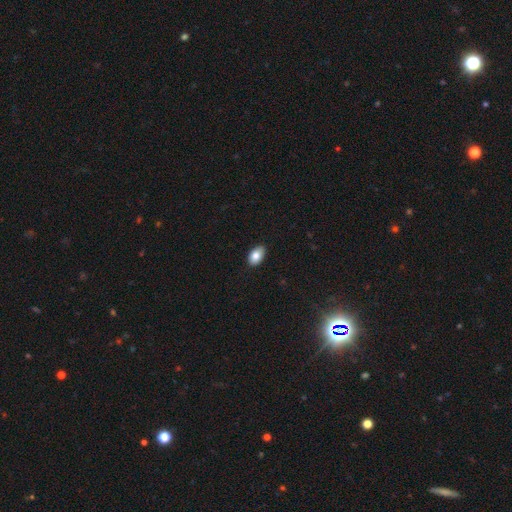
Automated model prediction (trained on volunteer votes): Smooth or featured?
  - smooth: 85% *
  - featured or disk: 8%
  - star or artifact: 7%
How rounded?
  - in between: 91% *
  - round: 8%
  - cigar-shaped: 1%
Merging?
  - none: 86% *
  - minor disturbance: 12%
  - major disturbance: 2%
  - merger: 1%